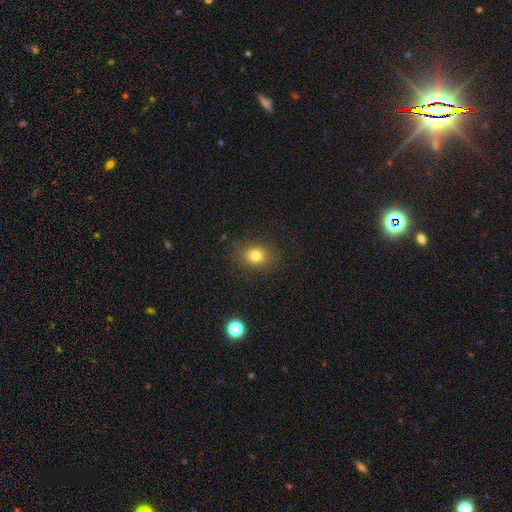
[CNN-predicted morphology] smooth-or-featured: smooth: 79% | star or artifact: 13% | featured or disk: 8%
  how-rounded: round: 60% | in between: 39% | cigar-shaped: 1%
  merging: none: 84% | minor disturbance: 11% | major disturbance: 4% | merger: 1%